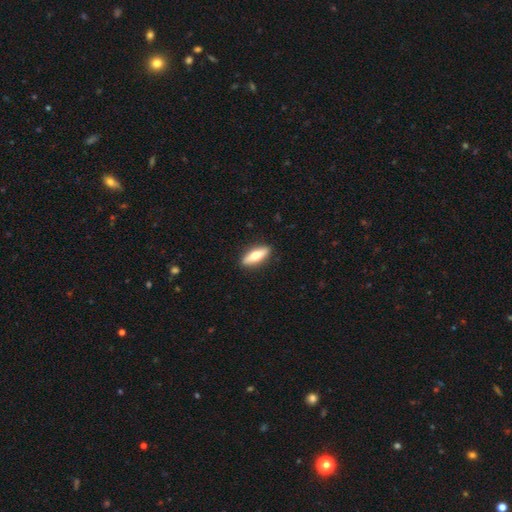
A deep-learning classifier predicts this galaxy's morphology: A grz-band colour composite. It shows a smooth galaxy with no disk features (58%) that is in between round and cigar-shaped (55%). Merging: none (90%).